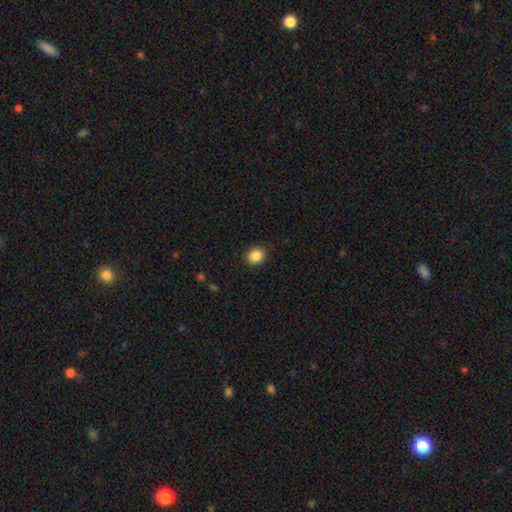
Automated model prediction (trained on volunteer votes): This is clearly a smooth galaxy (87%). How rounded: likely round (71%). Merging: clearly none (88%).